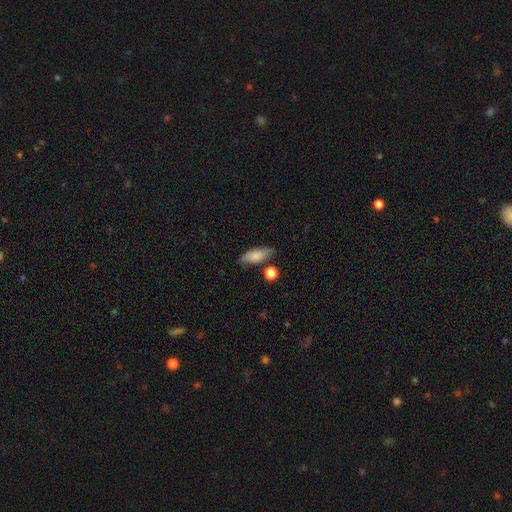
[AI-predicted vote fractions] A smooth galaxy with no disk features (75%) that is in between round and cigar-shaped (75%). Merging: none (69%).